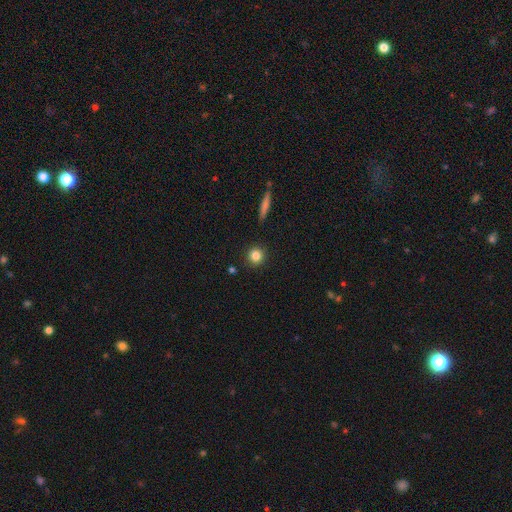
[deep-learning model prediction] Smooth or featured: smooth — 83% (star or artifact — 11%)
How rounded: round — 93% (in between — 6%)
Merging: none — 91% (minor disturbance — 6%)